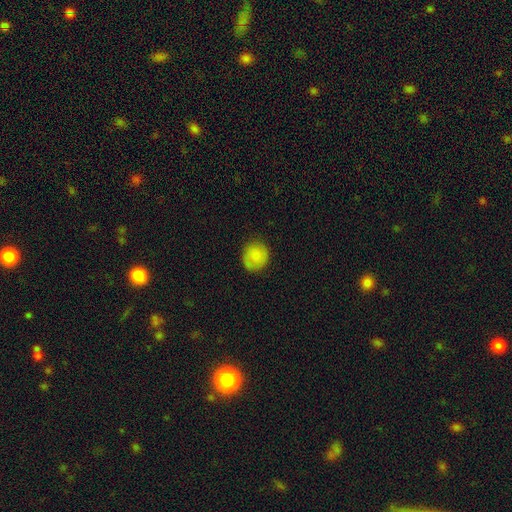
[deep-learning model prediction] Smooth or featured? smooth (82%)
How rounded? round (84%)
Merging? none (82%)